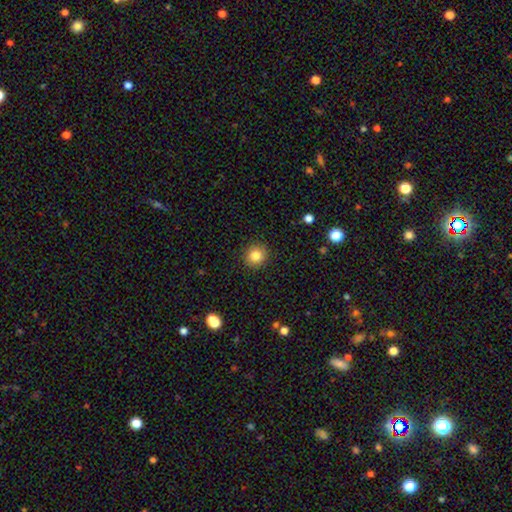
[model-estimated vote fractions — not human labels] A smooth galaxy with no disk features (83%) that is round (89%). Merging: none (91%).